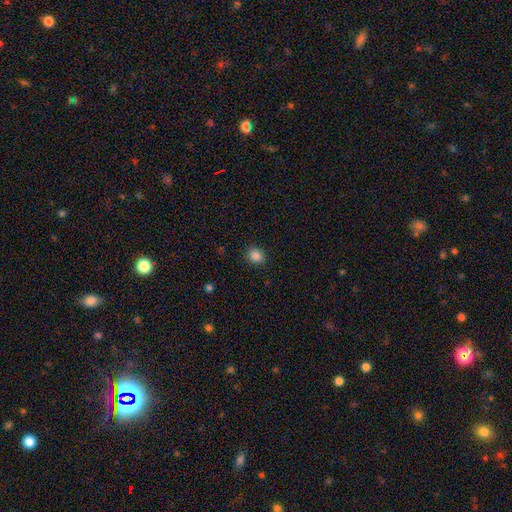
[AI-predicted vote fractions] Overall: smooth (85%). How rounded: round (71%). Merging: none (89%).